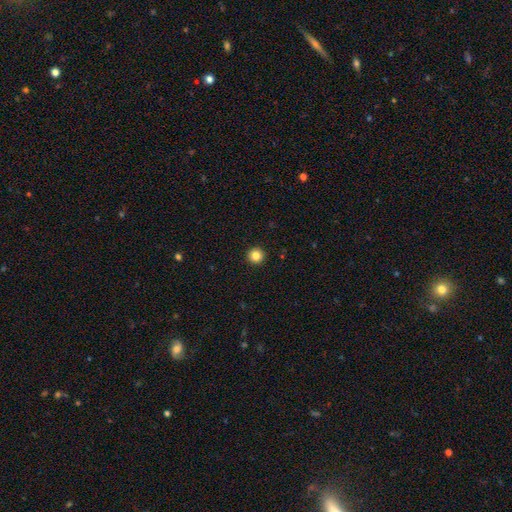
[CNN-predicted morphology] smooth_or_featured: smooth (p=0.84) [alt: star or artifact p=0.11]
how_rounded: round (p=0.96) [alt: in between p=0.03]
merging: none (p=0.94) [alt: minor disturbance p=0.04]